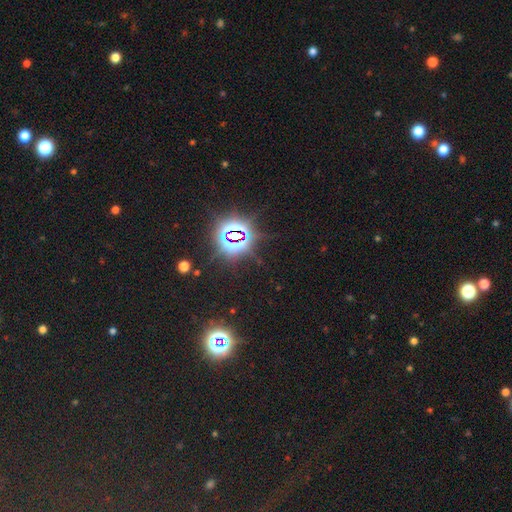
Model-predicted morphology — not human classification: The model was most divided on "smooth or featured": star or artifact: 79%, smooth: 14%, featured or disk: 7%.